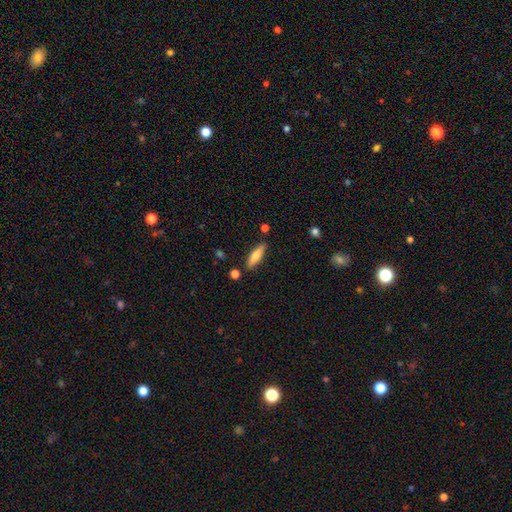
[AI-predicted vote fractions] The model was most divided on "how rounded": cigar-shaped: 66%, in between: 33%, round: 2%. More confident: merging — none (82%); smooth or featured — smooth (74%).